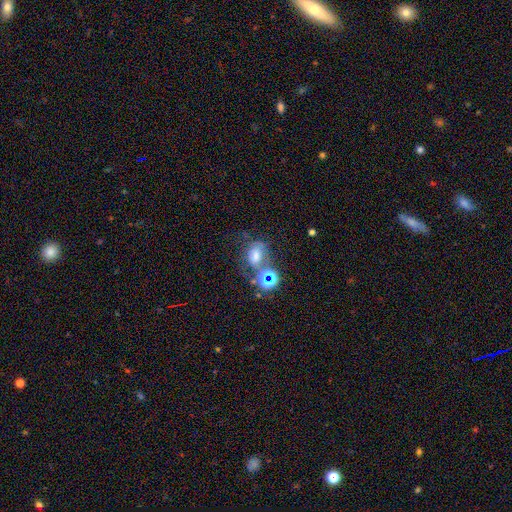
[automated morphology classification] A smooth galaxy with no disk features (42%).

Vote fractions:
- Smooth or featured? smooth: 42% / star or artifact: 34% / featured or disk: 24%
- Merging? none: 40% / merger: 26% / minor disturbance: 18% / major disturbance: 17%